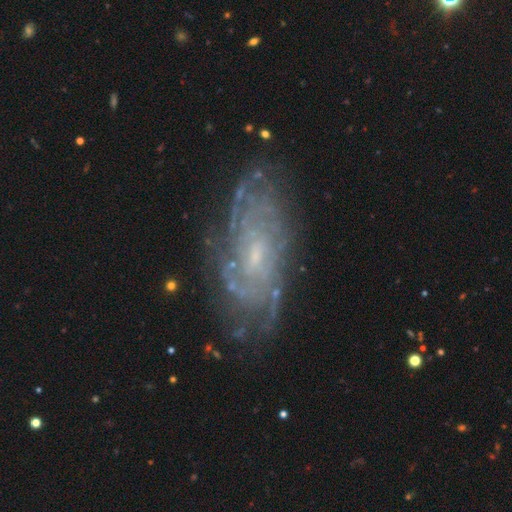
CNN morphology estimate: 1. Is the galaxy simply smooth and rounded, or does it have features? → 84% featured or disk, 9% smooth, 7% star or artifact.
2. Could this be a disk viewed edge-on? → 94% no, 6% yes.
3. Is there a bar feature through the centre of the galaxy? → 50% no, 41% weak, 8% strong.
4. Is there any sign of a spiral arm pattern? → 92% yes, 8% no.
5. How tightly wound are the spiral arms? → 69% tight, 25% medium, 6% loose.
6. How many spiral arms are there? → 52% can't tell, 12% 4, 11% 2, 10% more than 4, 9% 3, 5% 1.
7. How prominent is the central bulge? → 68% small, 21% moderate, 8% none, 1% large, 1% dominant.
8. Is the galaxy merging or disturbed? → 74% none, 17% minor disturbance, 7% major disturbance, 2% merger.